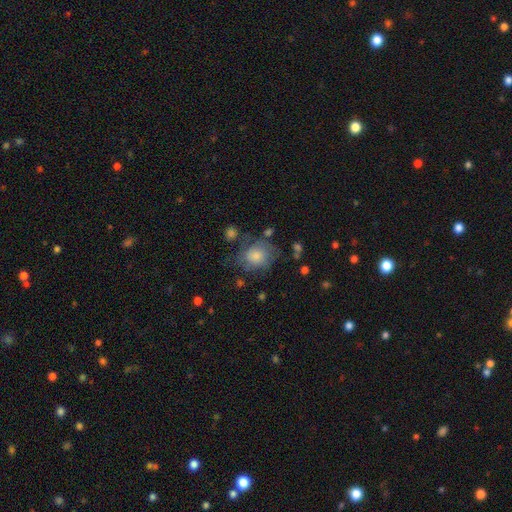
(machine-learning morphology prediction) smooth-or-featured: smooth: 61% | featured or disk: 27% | star or artifact: 12%
  how-rounded: round: 59% | in between: 40% | cigar-shaped: 1%
  merging: none: 55% | minor disturbance: 25% | major disturbance: 15% | merger: 5%